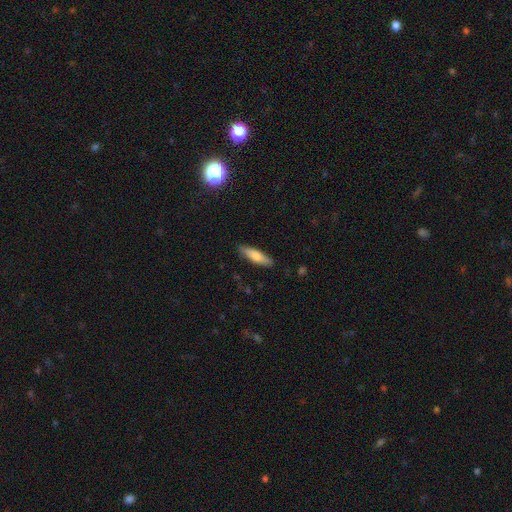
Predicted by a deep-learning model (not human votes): Q: Smooth or featured?
A: smooth (75%); runner-up: featured or disk (20%)
Q: How rounded?
A: cigar-shaped (65%); runner-up: in between (34%)
Q: Merging?
A: none (87%); runner-up: minor disturbance (10%)